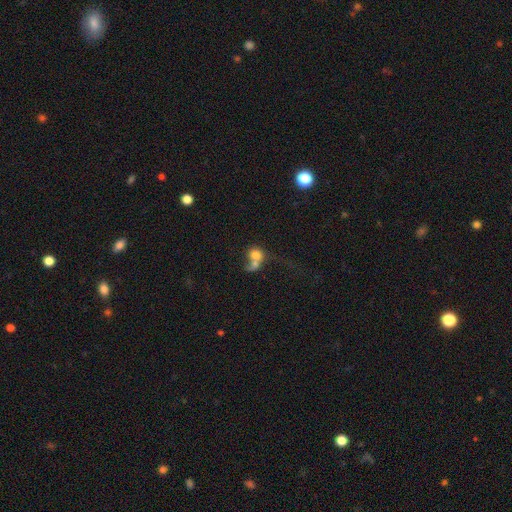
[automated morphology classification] This appears to be a smooth galaxy with no disk features (67%) that is round (71%). Merging: merger (67%).